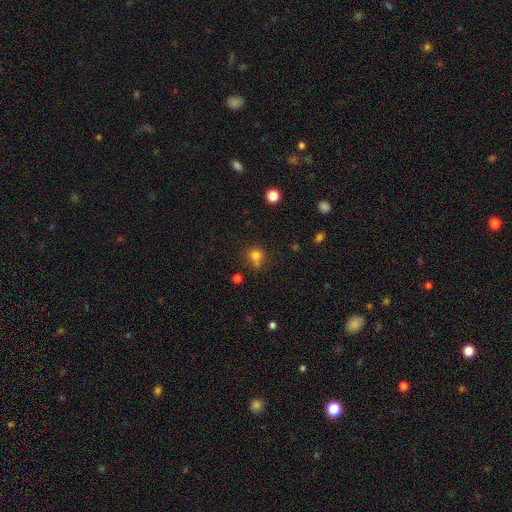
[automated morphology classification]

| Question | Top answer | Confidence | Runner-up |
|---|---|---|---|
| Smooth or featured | smooth | 78% | star or artifact (15%) |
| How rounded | round | 82% | in between (17%) |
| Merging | none | 59% | merger (18%) |